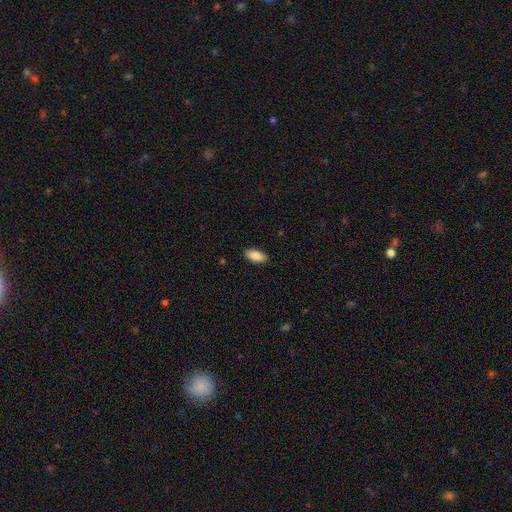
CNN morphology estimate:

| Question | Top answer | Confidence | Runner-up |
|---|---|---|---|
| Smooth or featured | smooth | 87% | star or artifact (6%) |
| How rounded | in between | 93% | cigar-shaped (5%) |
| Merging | none | 89% | minor disturbance (8%) |